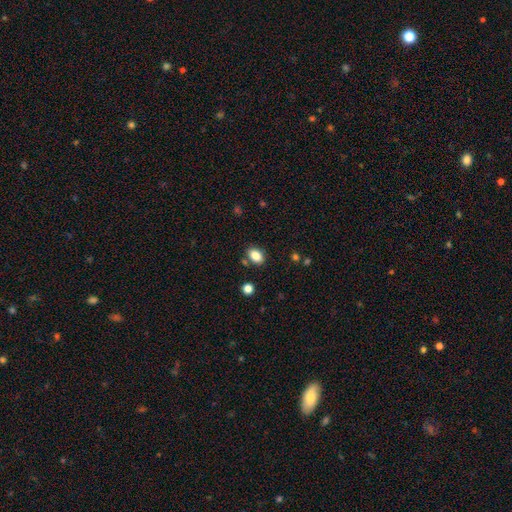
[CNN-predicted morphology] Overall: smooth (84%). How rounded: in between (83%). Merging: none (81%).